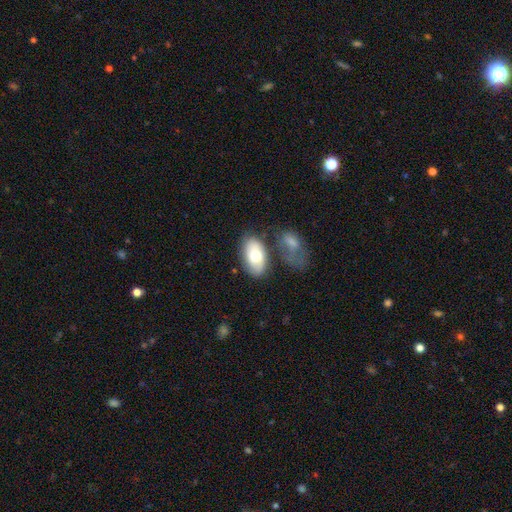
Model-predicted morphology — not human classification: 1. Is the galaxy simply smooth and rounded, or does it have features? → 69% smooth, 25% featured or disk, 6% star or artifact.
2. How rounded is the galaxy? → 93% in between, 5% round, 2% cigar-shaped.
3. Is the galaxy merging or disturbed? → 62% none, 17% minor disturbance, 15% merger, 6% major disturbance.